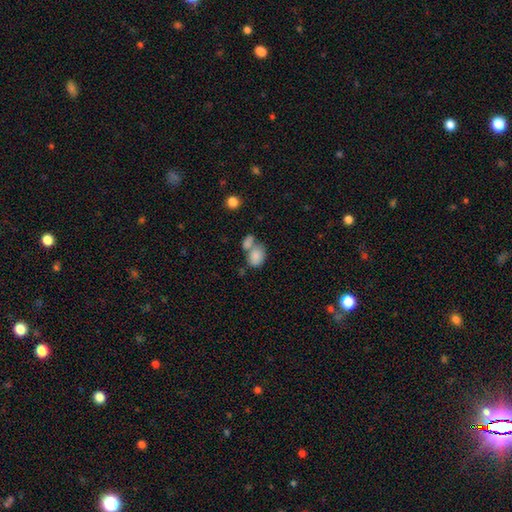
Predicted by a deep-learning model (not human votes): smooth_or_featured: smooth (p=0.81) [alt: featured or disk p=0.10]
how_rounded: in between (p=0.72) [alt: round p=0.27]
merging: merger (p=0.53) [alt: none p=0.31]